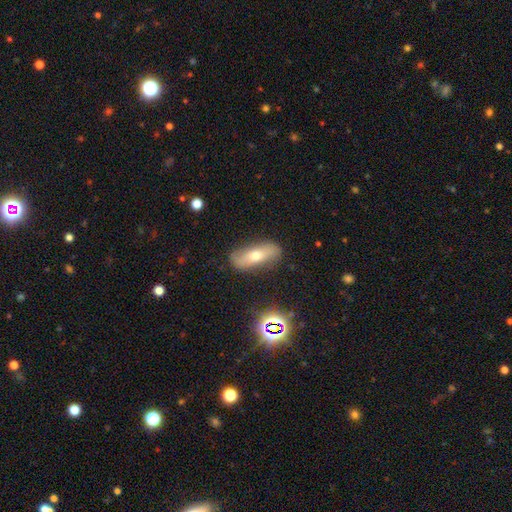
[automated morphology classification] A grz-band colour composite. It shows a smooth galaxy with no disk features (52%) that is in between round and cigar-shaped (61%). Merging: none (80%).